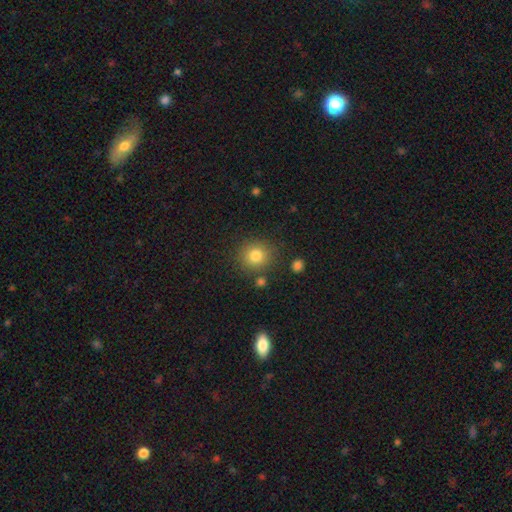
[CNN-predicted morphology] Q: Smooth or featured?
A: smooth (81%); runner-up: star or artifact (11%)
Q: How rounded?
A: round (89%); runner-up: in between (10%)
Q: Merging?
A: none (83%); runner-up: minor disturbance (9%)